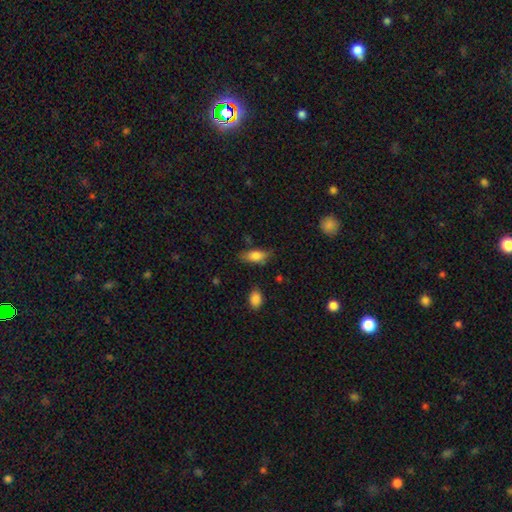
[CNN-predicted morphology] Smooth or featured? Predicted: smooth (p=0.78). How rounded? Predicted: in between (p=0.81). Merging? Predicted: none (p=0.73).